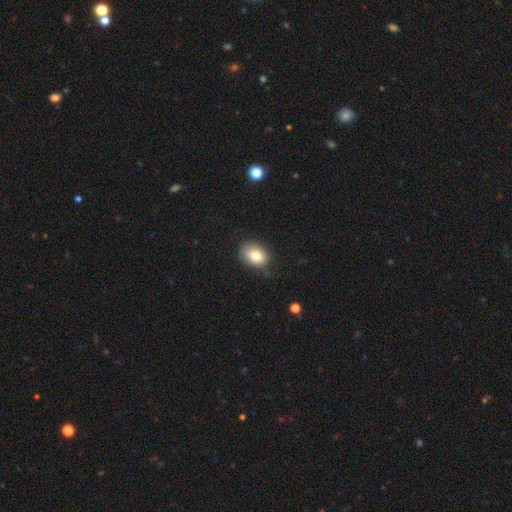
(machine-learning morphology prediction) Smooth or featured? Predicted: smooth (p=0.80). How rounded? Predicted: in between (p=0.70). Merging? Predicted: none (p=0.72).